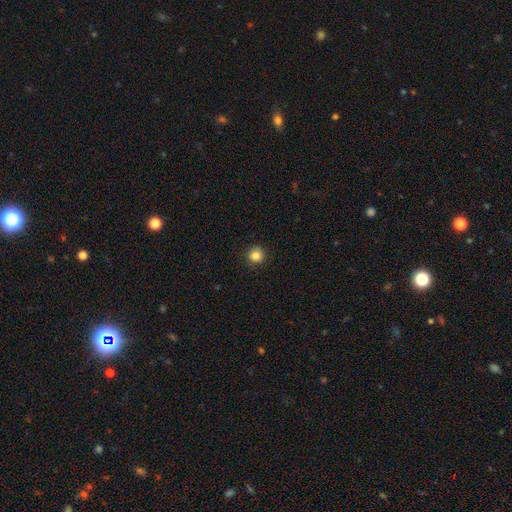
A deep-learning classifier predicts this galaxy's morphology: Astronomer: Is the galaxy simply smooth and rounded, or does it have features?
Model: smooth — 84%.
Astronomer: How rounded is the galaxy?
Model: round — 95%.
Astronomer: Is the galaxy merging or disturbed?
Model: none — 92%.